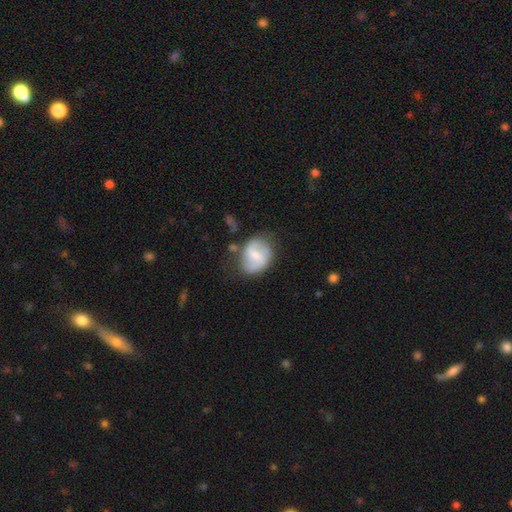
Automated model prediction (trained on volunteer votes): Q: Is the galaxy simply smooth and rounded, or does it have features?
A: featured or disk — 59%.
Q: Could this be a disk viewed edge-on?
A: no — 97%.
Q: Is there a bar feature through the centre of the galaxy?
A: weak — 51%.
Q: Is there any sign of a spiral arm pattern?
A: yes — 82%.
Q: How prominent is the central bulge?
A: small — 45%.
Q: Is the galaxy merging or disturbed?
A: none — 65%.